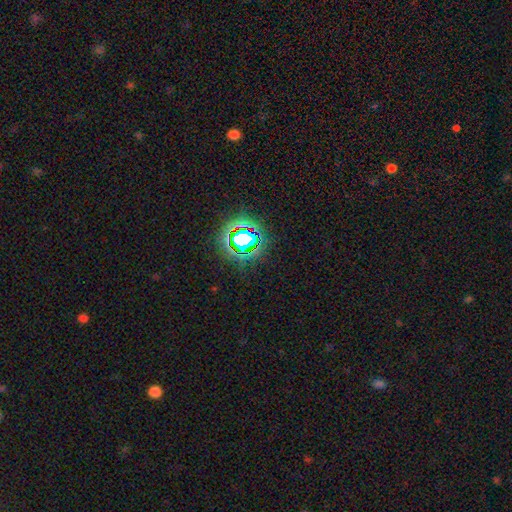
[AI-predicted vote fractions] Overall: star or artifact (81%).